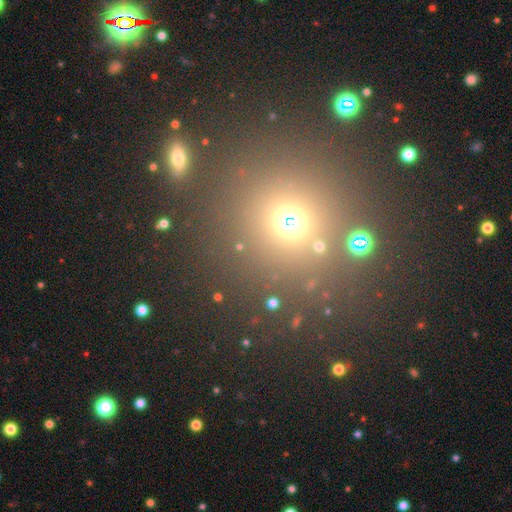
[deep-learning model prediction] smooth 48%, star or artifact 44%, featured or disk 8%. Down the decision tree: merging — none (81%).